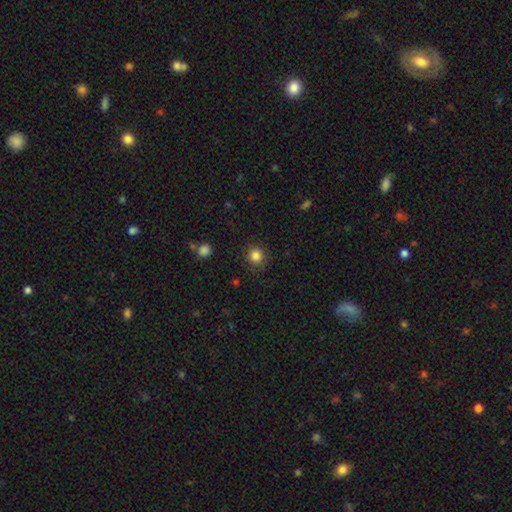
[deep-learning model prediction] Overall: smooth (84%). How rounded: round (91%). Merging: none (87%).